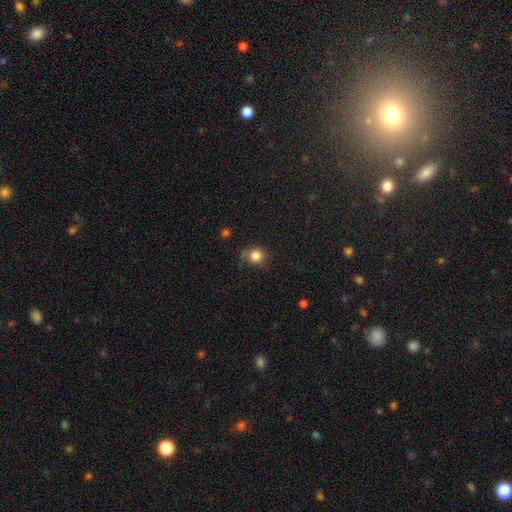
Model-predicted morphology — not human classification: type=smooth (84%); roundness=round (84%); merging=none (65%).